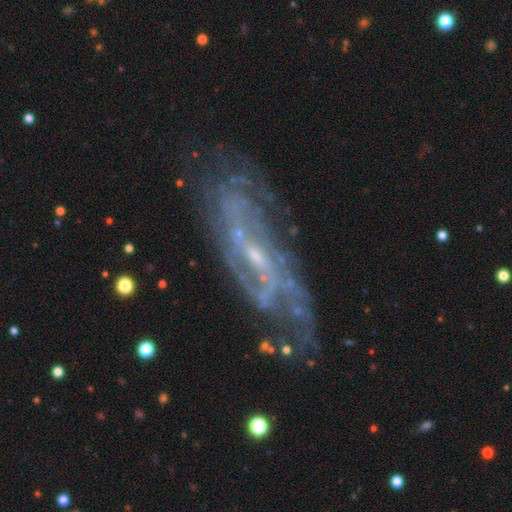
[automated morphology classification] This appears to be a featured or disk galaxy (85%) with a weak bar (43%), tight (42%) spiral arms (91%) and a small central bulge (78%). Merging: none (69%).